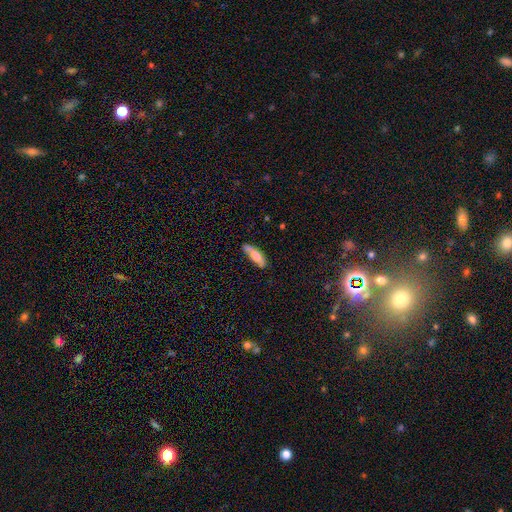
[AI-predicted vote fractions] Smooth or featured?
  - smooth: 65% *
  - featured or disk: 29%
  - star or artifact: 6%
How rounded?
  - cigar-shaped: 53% *
  - in between: 45%
  - round: 2%
Merging?
  - none: 67% *
  - minor disturbance: 24%
  - major disturbance: 6%
  - merger: 4%